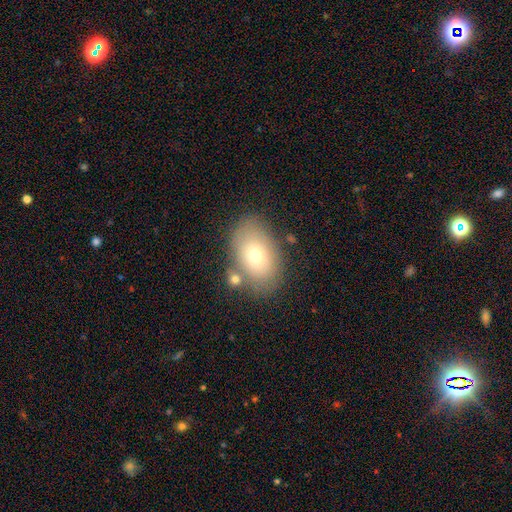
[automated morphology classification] smooth_or_featured: smooth (p=0.67) [alt: featured or disk p=0.23]
how_rounded: in between (p=0.85) [alt: round p=0.14]
merging: none (p=0.75) [alt: minor disturbance p=0.14]